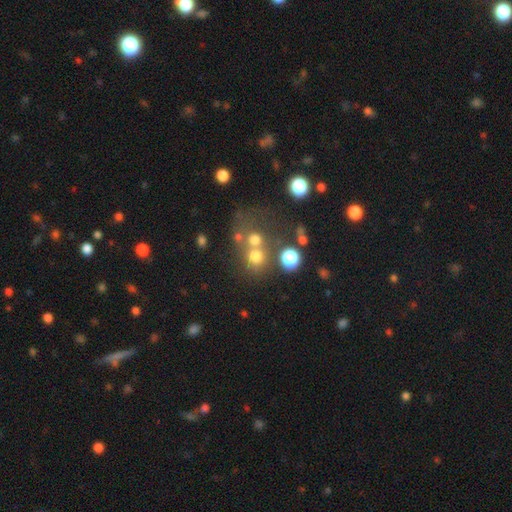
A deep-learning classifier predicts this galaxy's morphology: Smooth or featured? Predicted: smooth (p=0.66). How rounded? Predicted: round (p=0.82). Merging? Predicted: none (p=0.44).